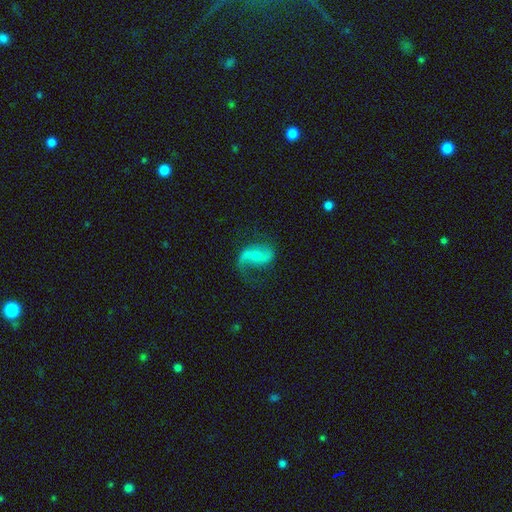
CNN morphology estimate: type=featured or disk (80%); edge-on=no (97%); bar=weak (44%); spiral arms=yes (94%); winding=loose (70%); arm count=2 (74%); bulge=small (50%); merging=none (56%).